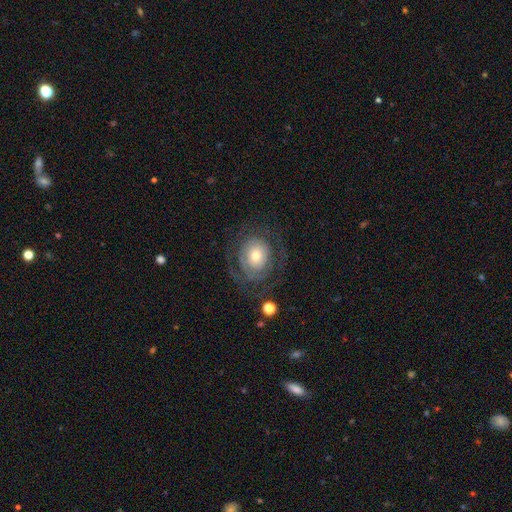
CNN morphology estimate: Q: Smooth or featured?
A: featured or disk (53%); runner-up: smooth (39%)
Q: Edge-on disk?
A: no (96%); runner-up: yes (4%)
Q: Bar?
A: no (83%); runner-up: weak (13%)
Q: Spiral arms?
A: yes (58%); runner-up: no (42%)
Q: Bulge size?
A: moderate (53%); runner-up: small (31%)
Q: Merging?
A: none (66%); runner-up: major disturbance (17%)